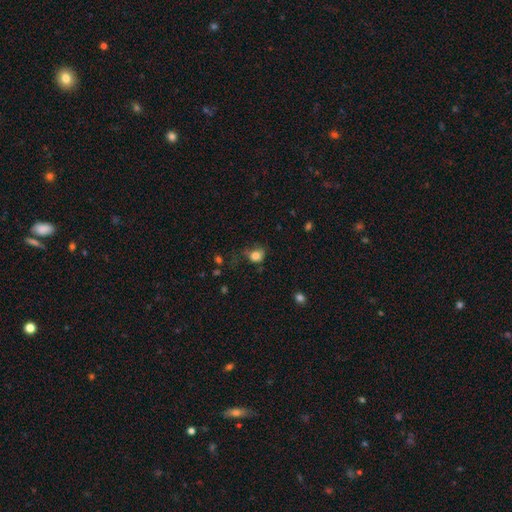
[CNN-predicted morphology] A smooth galaxy with no disk features (80%) that is round (61%).

Vote fractions:
- Smooth or featured? smooth: 80% / star or artifact: 11% / featured or disk: 9%
- How rounded? round: 61% / in between: 38% / cigar-shaped: 1%
- Merging? none: 41% / minor disturbance: 30% / major disturbance: 26% / merger: 3%